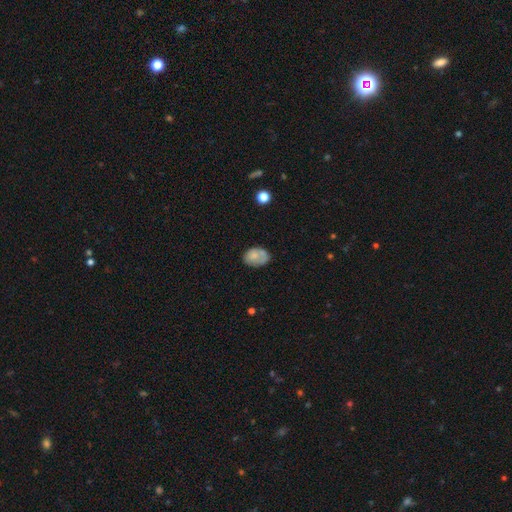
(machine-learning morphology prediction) Smooth or featured? Predicted: smooth (p=0.71). How rounded? Predicted: in between (p=0.73). Merging? Predicted: none (p=0.57).